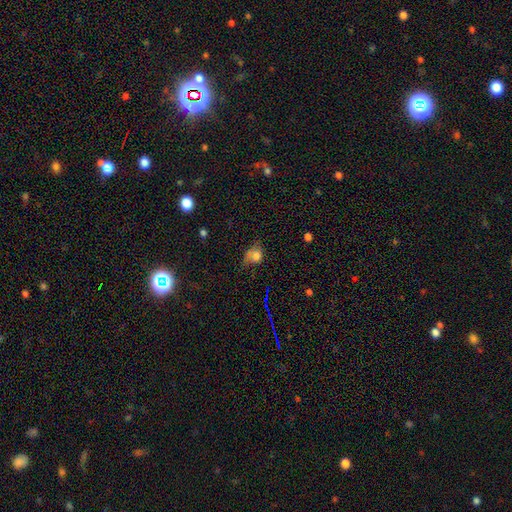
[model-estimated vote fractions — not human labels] A smooth galaxy with no disk features (72%) that is round (51%). Merging: none (35%).